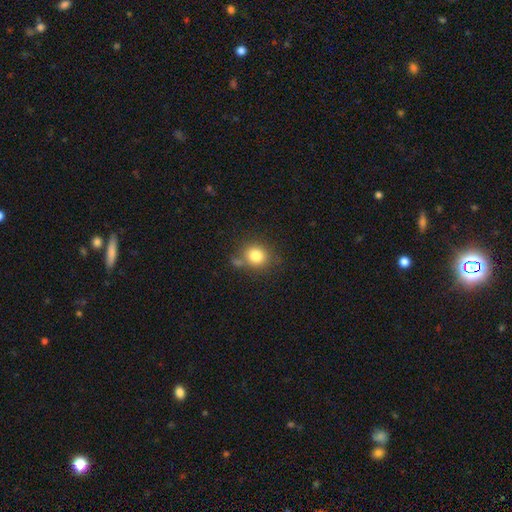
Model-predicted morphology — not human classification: Smooth or featured: smooth — 81% (star or artifact — 11%)
How rounded: round — 79% (in between — 20%)
Merging: none — 68% (minor disturbance — 15%)